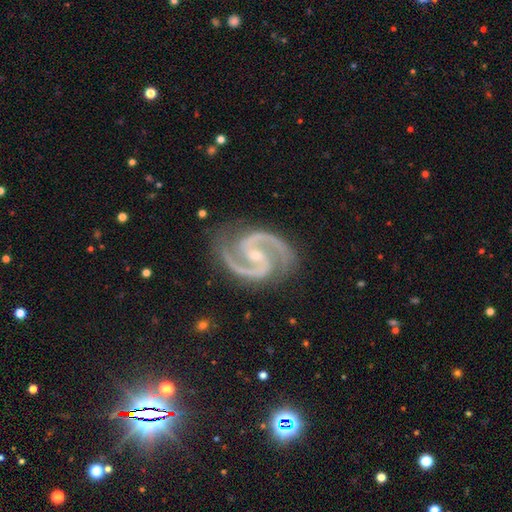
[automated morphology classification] Smooth or featured?
  - featured or disk: 95% *
  - star or artifact: 3%
  - smooth: 2%
Edge-on disk?
  - no: 98% *
  - yes: 2%
Bar?
  - weak: 44% *
  - no: 32%
  - strong: 24%
Spiral arms?
  - yes: 99% *
  - no: 1%
Spiral winding?
  - medium: 67% *
  - tight: 25%
  - loose: 8%
Spiral arm count?
  - 2: 94% *
  - 3: 2%
  - can't tell: 1%
  - 1: 1%
  - 4: 1%
  - more than 4: 1%
Bulge size?
  - small: 61% *
  - moderate: 32%
  - none: 5%
  - large: 1%
  - dominant: 1%
Merging?
  - none: 82% *
  - minor disturbance: 13%
  - major disturbance: 4%
  - merger: 1%